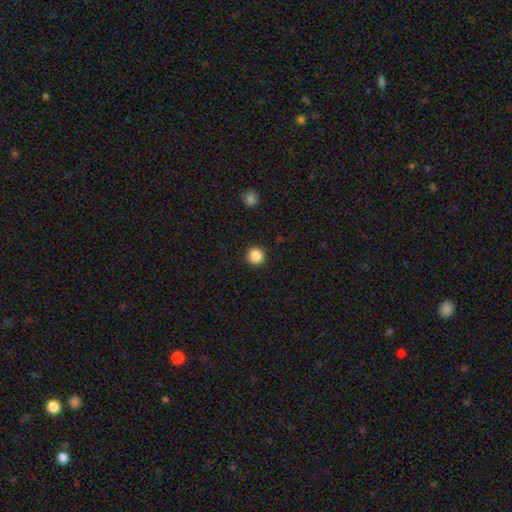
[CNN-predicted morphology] smooth 87%, star or artifact 10%, featured or disk 3%. Down the decision tree: how rounded — round (94%); merging — none (92%).